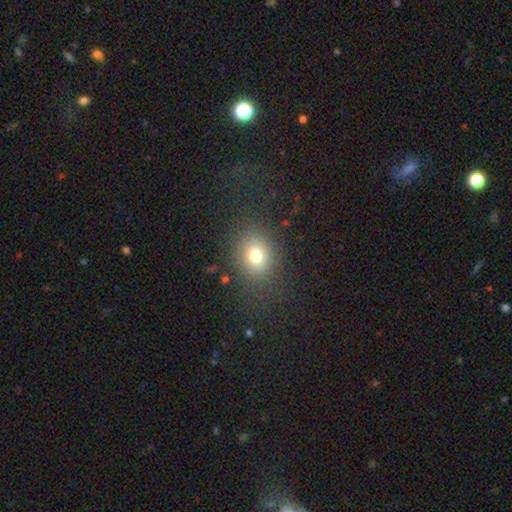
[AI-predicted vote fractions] Morphology: type=smooth (73%); roundness=round (56%); merging=none (80%).